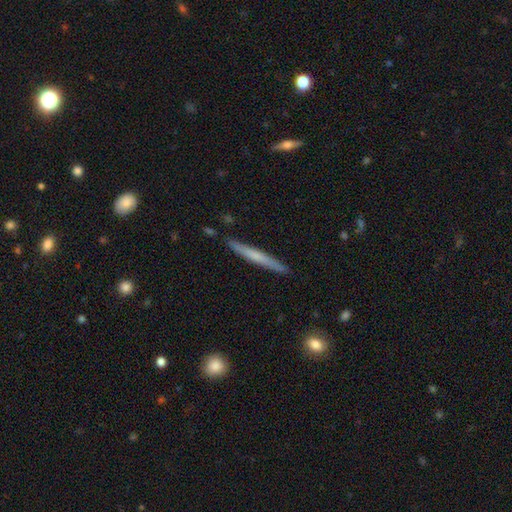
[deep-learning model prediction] Q: Smooth or featured?
A: smooth (49%); runner-up: featured or disk (45%)
Q: Merging?
A: none (89%); runner-up: minor disturbance (8%)